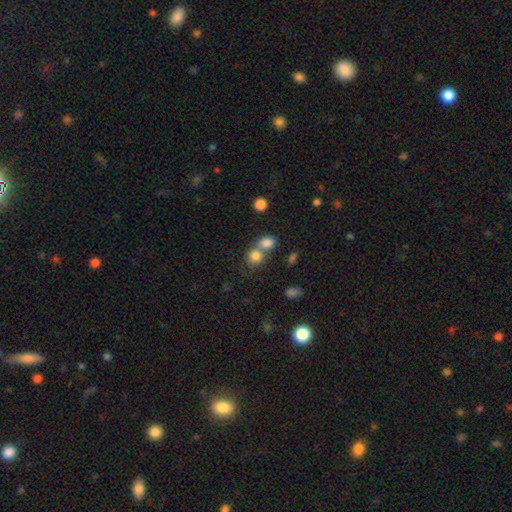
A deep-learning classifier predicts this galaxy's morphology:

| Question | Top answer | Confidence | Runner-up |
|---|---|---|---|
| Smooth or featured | smooth | 82% | star or artifact (11%) |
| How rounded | round | 73% | in between (26%) |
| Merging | merger | 47% | none (42%) |